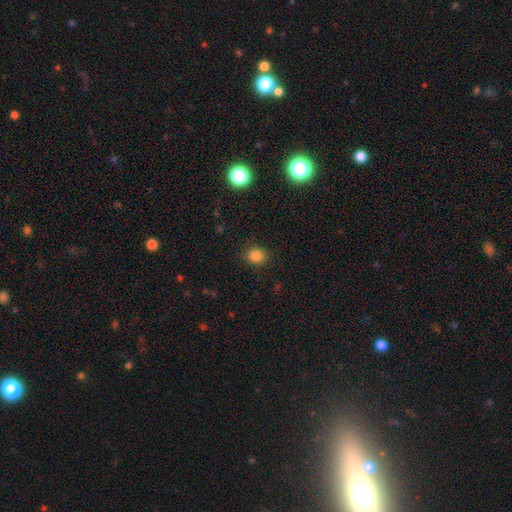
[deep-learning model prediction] Smooth or featured? smooth (85%)
How rounded? round (71%)
Merging? none (87%)